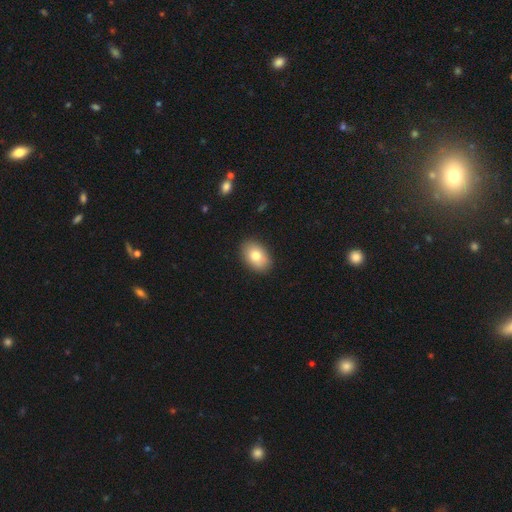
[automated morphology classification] smooth 78%, featured or disk 14%, star or artifact 8%. Down the decision tree: how rounded — in between (85%); merging — none (89%).